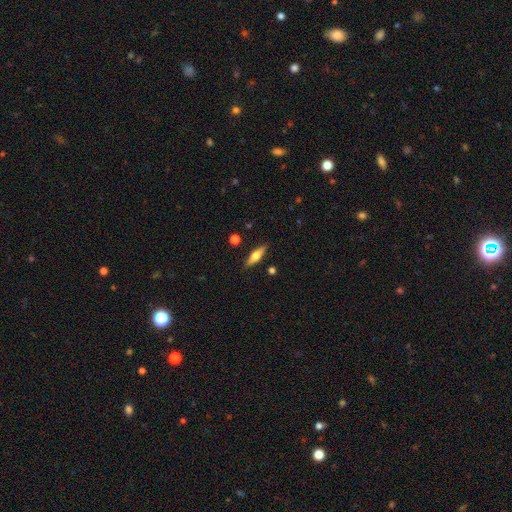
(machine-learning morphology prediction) A featured or disk galaxy (49%).

Vote fractions:
- Smooth or featured? featured or disk: 49% / smooth: 45% / star or artifact: 7%
- Merging? none: 87% / minor disturbance: 9% / merger: 2% / major disturbance: 2%